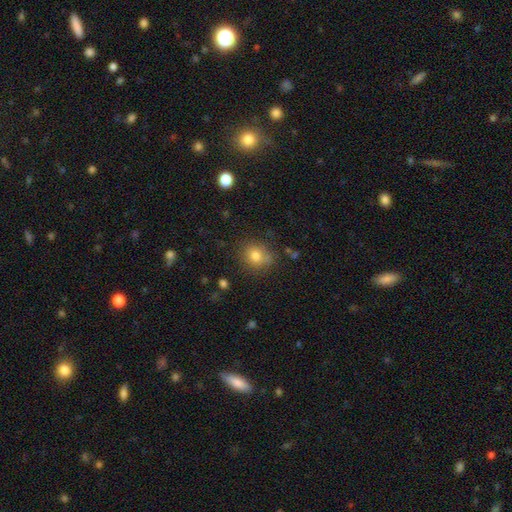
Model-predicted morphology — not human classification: This is likely a smooth galaxy (80%). How rounded: likely round (73%). Merging: likely none (77%).